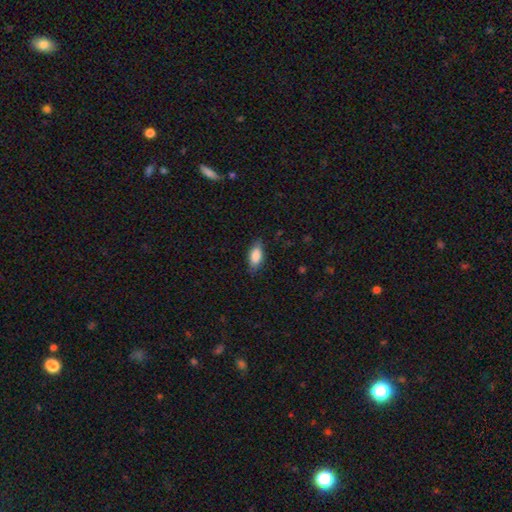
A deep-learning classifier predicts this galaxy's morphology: Smooth or featured: smooth — 85% (featured or disk — 8%)
How rounded: in between — 87% (cigar-shaped — 11%)
Merging: none — 81% (minor disturbance — 15%)